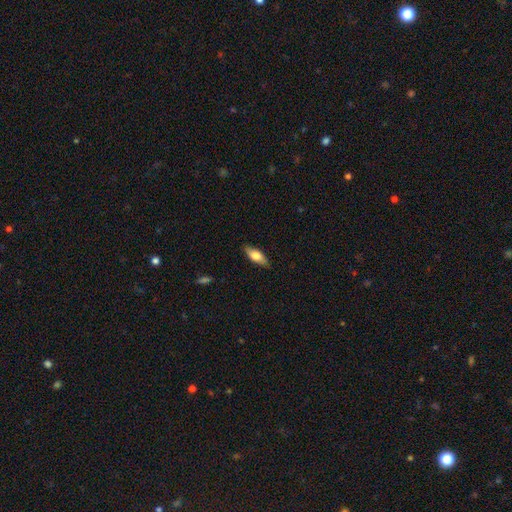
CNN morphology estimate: Smooth or featured? Predicted: smooth (p=0.67). How rounded? Predicted: in between (p=0.71). Merging? Predicted: none (p=0.85).